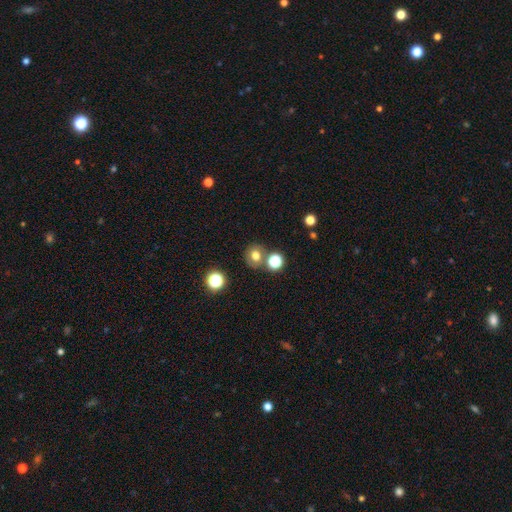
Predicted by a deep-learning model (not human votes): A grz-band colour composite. It shows a smooth galaxy with no disk features (71%) that is round (82%). Merging: none (70%).